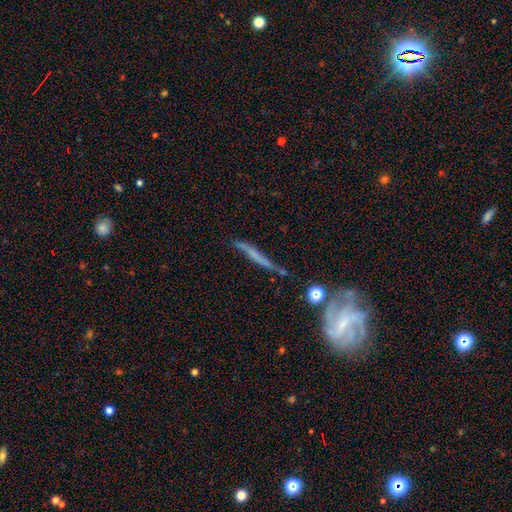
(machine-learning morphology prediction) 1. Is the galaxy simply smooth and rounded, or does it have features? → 57% featured or disk, 34% smooth, 10% star or artifact.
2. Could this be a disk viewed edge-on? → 73% yes, 27% no.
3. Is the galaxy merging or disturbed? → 58% none, 23% minor disturbance, 10% major disturbance, 8% merger.